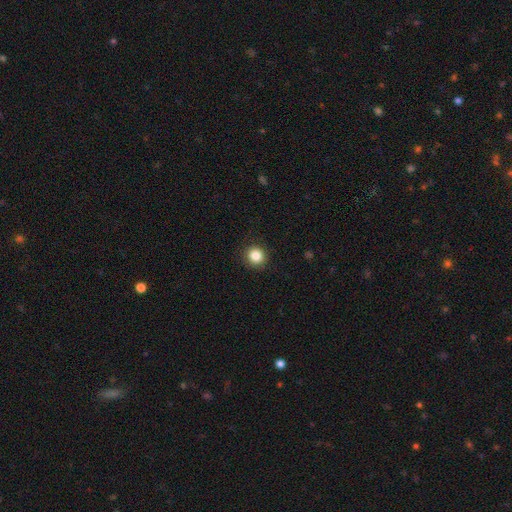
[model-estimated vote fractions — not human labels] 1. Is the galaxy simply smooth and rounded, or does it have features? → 85% smooth, 11% star or artifact, 4% featured or disk.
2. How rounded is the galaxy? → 93% round, 6% in between, 1% cigar-shaped.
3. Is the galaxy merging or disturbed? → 91% none, 6% minor disturbance, 2% major disturbance, 1% merger.